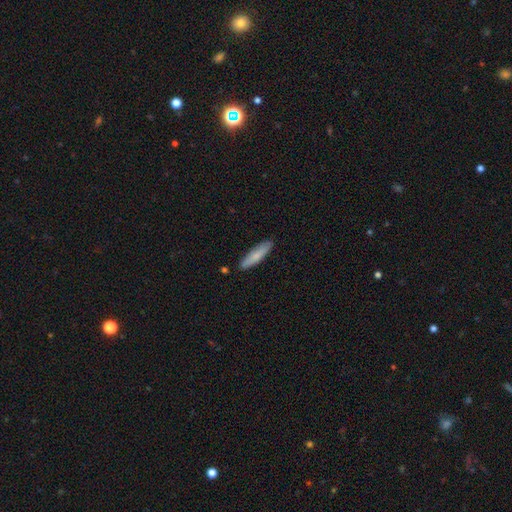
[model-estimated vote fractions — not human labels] smooth-or-featured: smooth: 77% | featured or disk: 17% | star or artifact: 6%
  how-rounded: cigar-shaped: 79% | in between: 20% | round: 1%
  merging: none: 87% | minor disturbance: 10% | merger: 2% | major disturbance: 2%